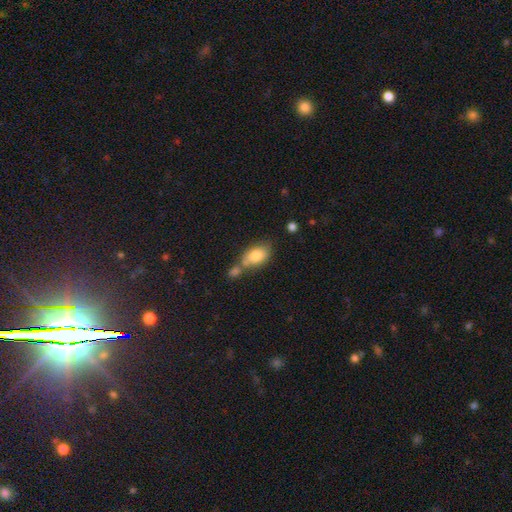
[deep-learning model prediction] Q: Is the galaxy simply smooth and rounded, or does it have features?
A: smooth — 80%.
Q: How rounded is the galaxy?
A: in between — 87%.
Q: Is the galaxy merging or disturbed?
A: none — 42%.